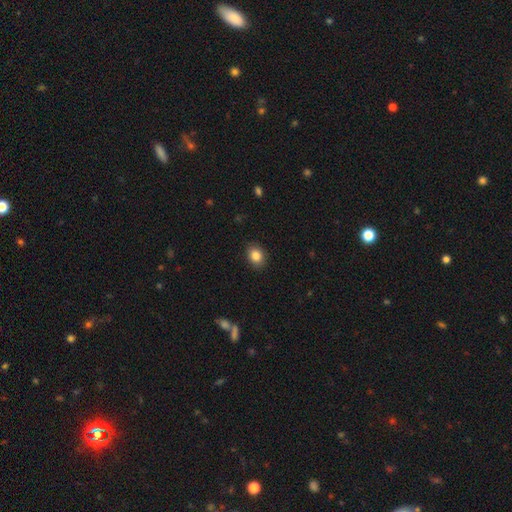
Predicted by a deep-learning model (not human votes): Smooth or featured? Predicted: smooth (p=0.85). How rounded? Predicted: in between (p=0.58). Merging? Predicted: none (p=0.89).